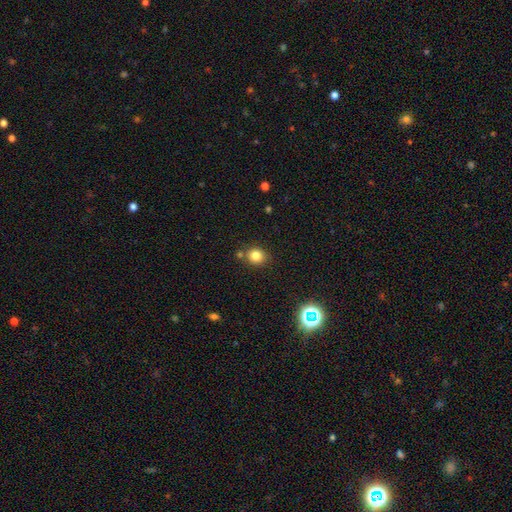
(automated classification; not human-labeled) Smooth or featured? smooth (81%)
How rounded? round (77%)
Merging? none (78%)